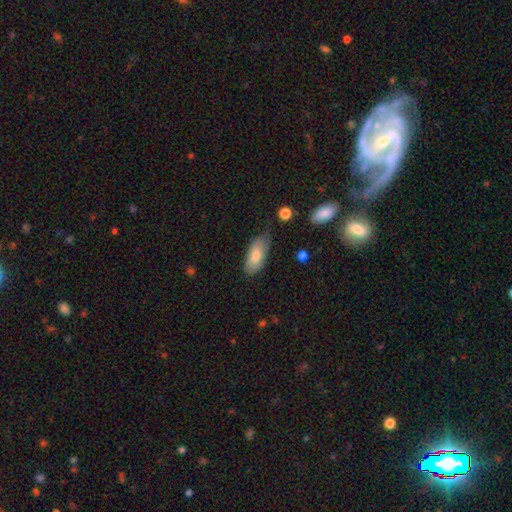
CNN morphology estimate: This is clearly a smooth galaxy (81%). How rounded: clearly in between (89%). Merging: possibly none (53%).